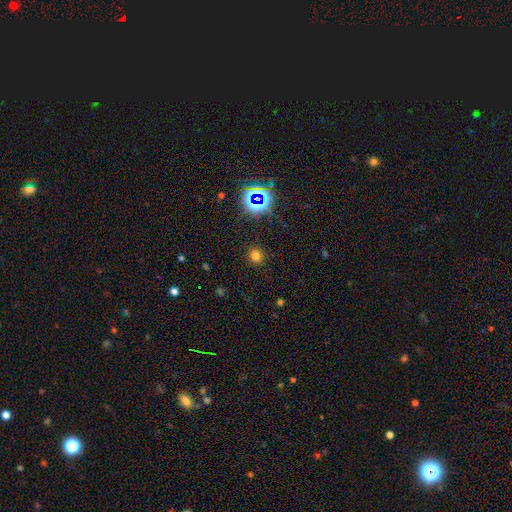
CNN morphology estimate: type=smooth (70%); roundness=round (84%); merging=none (89%).